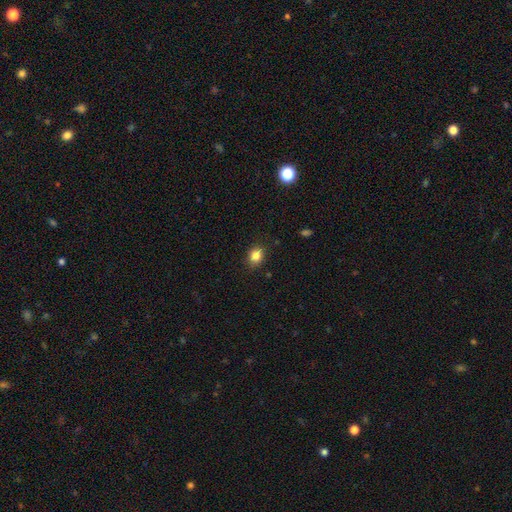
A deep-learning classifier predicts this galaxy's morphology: Q: Smooth or featured?
A: smooth (84%); runner-up: star or artifact (11%)
Q: How rounded?
A: round (54%); runner-up: in between (45%)
Q: Merging?
A: none (86%); runner-up: minor disturbance (10%)